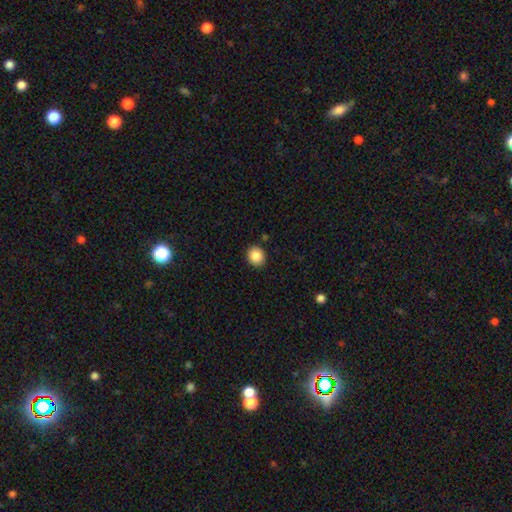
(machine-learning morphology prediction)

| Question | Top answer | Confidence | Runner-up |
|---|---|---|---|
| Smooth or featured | smooth | 86% | star or artifact (9%) |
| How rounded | round | 79% | in between (20%) |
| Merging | none | 90% | minor disturbance (6%) |